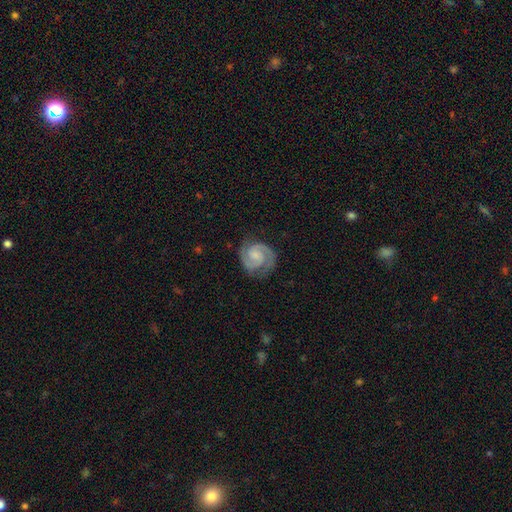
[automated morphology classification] Overall: featured or disk (88%). Edge-on disk: no (98%). Bar: no (49%; weak 42%). Spiral arms: yes (98%). Spiral arm count: 2 (92%). Spiral winding: tight (51%; medium 43%). Bulge size: small (38%; none 32%). Merging: none (80%).